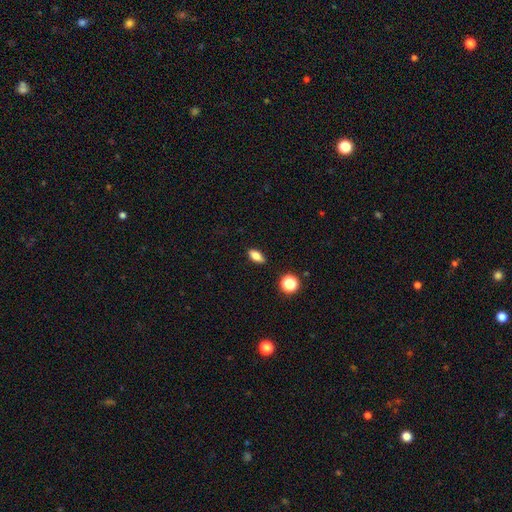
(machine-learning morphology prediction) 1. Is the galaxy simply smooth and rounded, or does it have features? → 79% smooth, 11% featured or disk, 10% star or artifact.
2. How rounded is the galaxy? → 82% in between, 11% cigar-shaped, 7% round.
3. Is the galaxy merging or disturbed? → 88% none, 8% minor disturbance, 2% major disturbance, 2% merger.